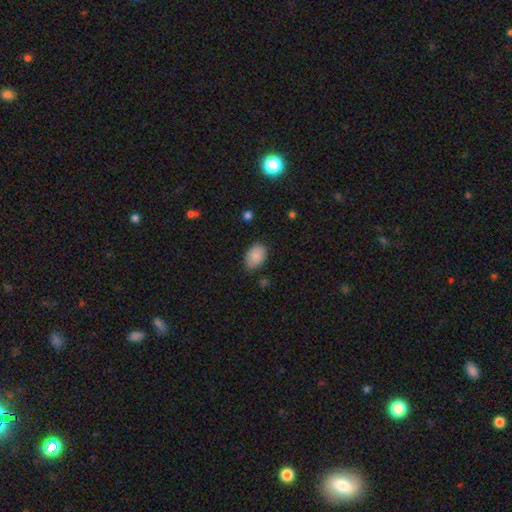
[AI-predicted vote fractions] Smooth or featured? smooth (86%)
How rounded? in between (85%)
Merging? none (78%)